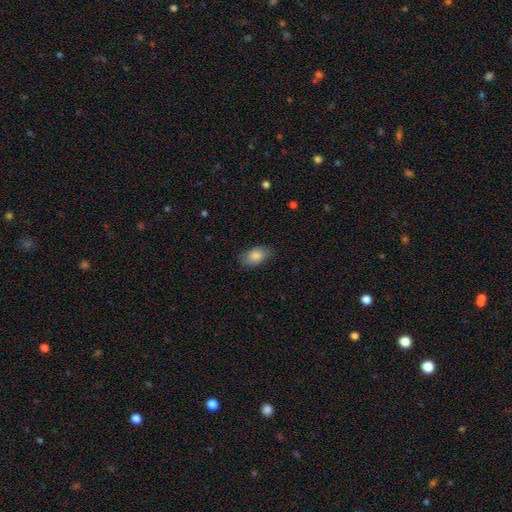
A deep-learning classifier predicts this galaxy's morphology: smooth_or_featured: smooth (p=0.85) [alt: featured or disk p=0.08]
how_rounded: in between (p=0.92) [alt: round p=0.06]
merging: none (p=0.80) [alt: minor disturbance p=0.15]